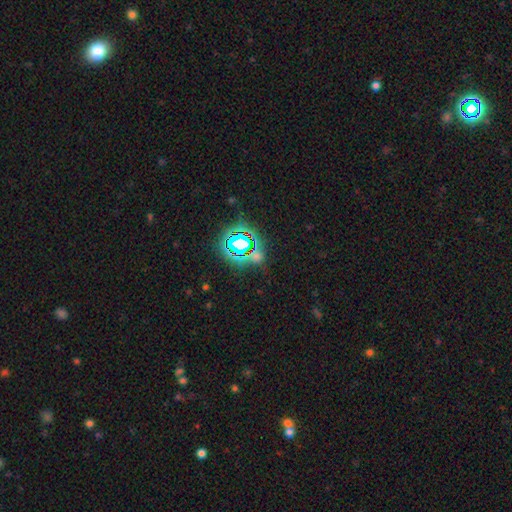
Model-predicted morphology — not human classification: Smooth or featured? star or artifact (68%)